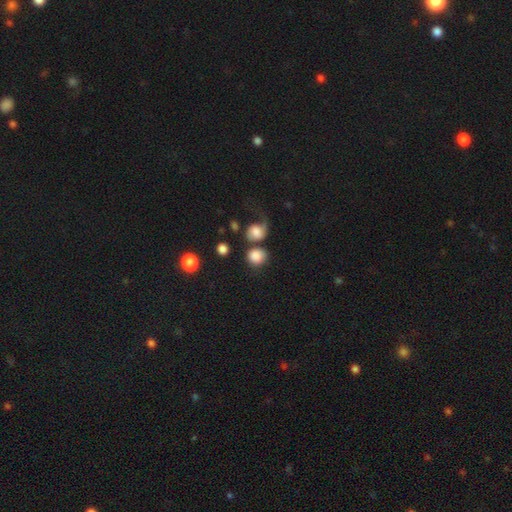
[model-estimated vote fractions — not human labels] A smooth galaxy with no disk features (83%) that is round (81%). Merging: none (51%).